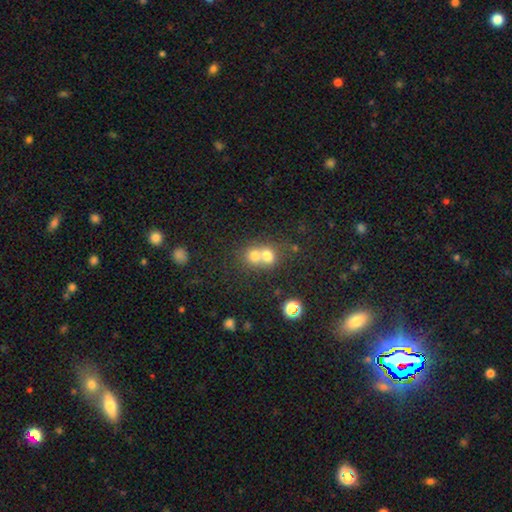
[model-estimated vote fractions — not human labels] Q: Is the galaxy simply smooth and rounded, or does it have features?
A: smooth — 70%.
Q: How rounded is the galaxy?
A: round — 77%.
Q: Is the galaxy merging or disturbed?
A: merger — 64%.